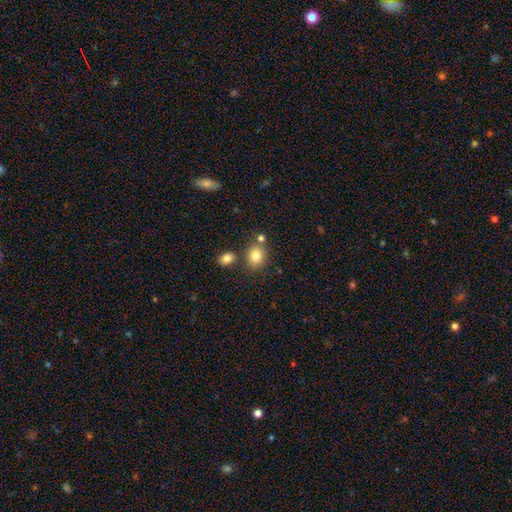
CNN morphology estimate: Smooth or featured: smooth — 82% (star or artifact — 11%)
How rounded: round — 57% (in between — 42%)
Merging: none — 71% (merger — 14%)